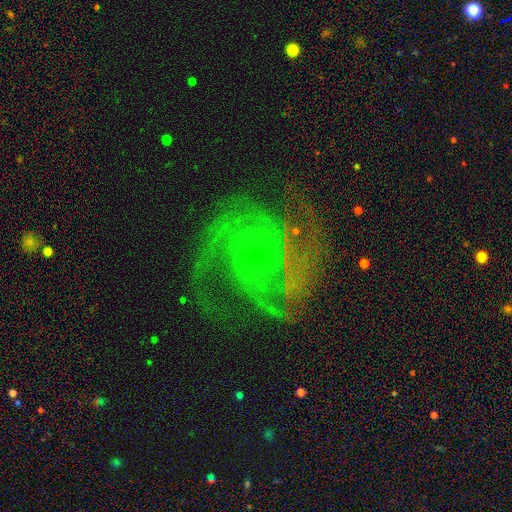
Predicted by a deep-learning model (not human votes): The model was most divided on "bar": weak: 49%, no: 35%, strong: 16%. More confident: edge-on disk — no (98%); spiral arms — yes (97%); smooth or featured — featured or disk (89%); bulge size — small (81%); merging — none (68%); spiral winding — medium (53%); spiral arm count — 2 (50%).